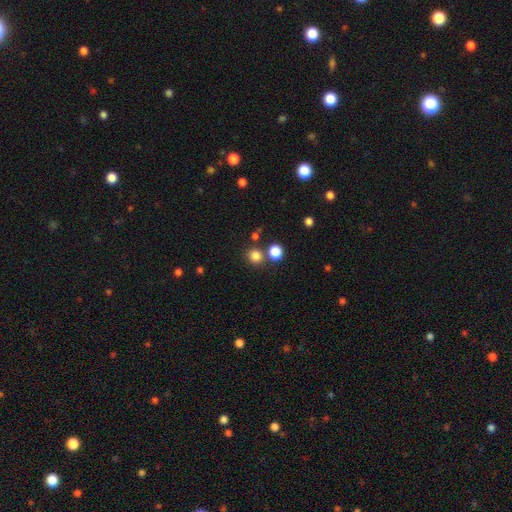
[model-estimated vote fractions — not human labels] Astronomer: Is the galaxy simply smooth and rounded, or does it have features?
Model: smooth — 80%.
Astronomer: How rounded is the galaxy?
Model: round — 87%.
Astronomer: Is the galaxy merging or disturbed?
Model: none — 74%.